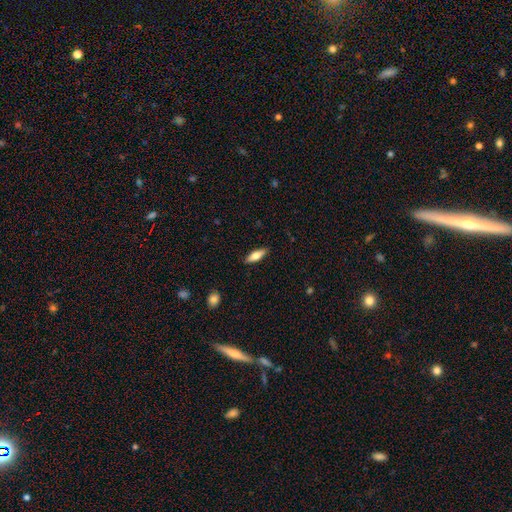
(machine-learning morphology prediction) smooth 67%, featured or disk 27%, star or artifact 6%. Down the decision tree: how rounded — in between (56%); merging — none (88%).